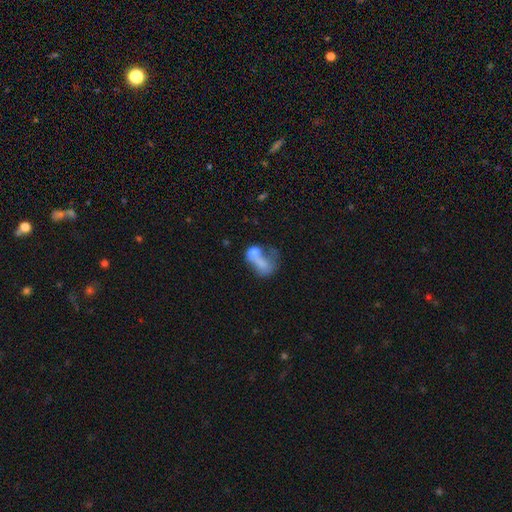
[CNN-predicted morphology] smooth 60%, featured or disk 30%, star or artifact 10%. Down the decision tree: how rounded — in between (76%); merging — merger (58%).